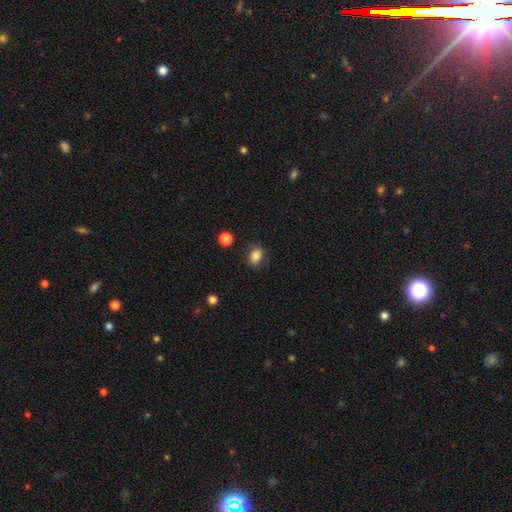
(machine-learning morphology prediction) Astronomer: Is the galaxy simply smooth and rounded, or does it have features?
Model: smooth — 84%.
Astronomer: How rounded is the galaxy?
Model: in between — 70%.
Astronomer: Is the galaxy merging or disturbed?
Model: none — 84%.